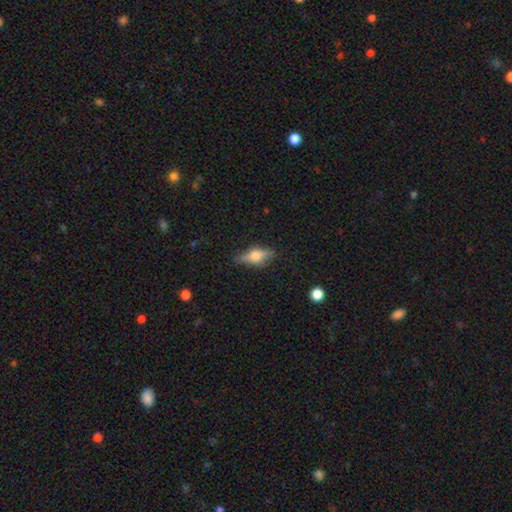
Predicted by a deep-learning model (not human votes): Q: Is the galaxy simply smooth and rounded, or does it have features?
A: featured or disk — 50%.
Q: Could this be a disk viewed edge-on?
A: yes — 90%.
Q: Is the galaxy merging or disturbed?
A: none — 77%.